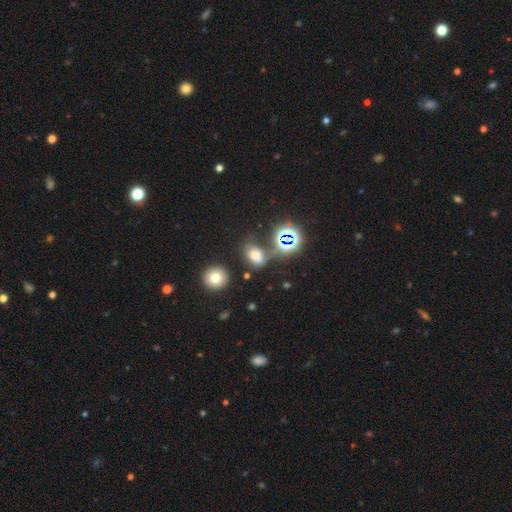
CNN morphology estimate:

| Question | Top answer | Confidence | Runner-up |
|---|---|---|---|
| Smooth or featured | smooth | 55% | star or artifact (32%) |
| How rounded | in between | 77% | round (21%) |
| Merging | none | 52% | minor disturbance (20%) |